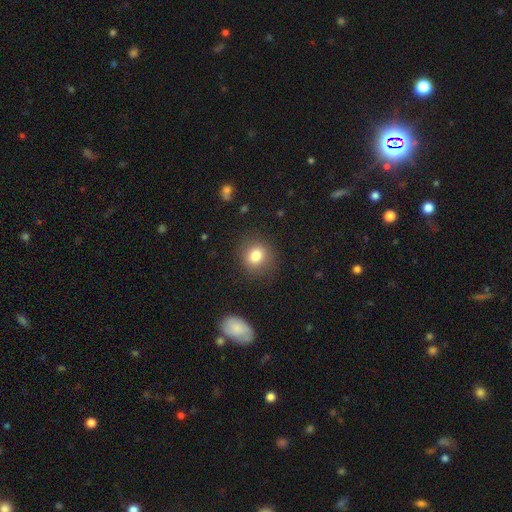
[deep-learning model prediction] Q: Smooth or featured?
A: smooth (81%); runner-up: star or artifact (10%)
Q: How rounded?
A: round (78%); runner-up: in between (21%)
Q: Merging?
A: none (85%); runner-up: minor disturbance (10%)